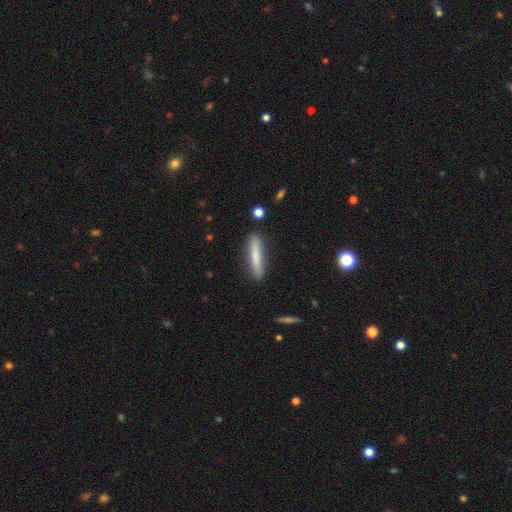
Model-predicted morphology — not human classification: Smooth or featured: smooth — 74% (featured or disk — 20%)
How rounded: cigar-shaped — 90% (in between — 9%)
Merging: none — 86% (minor disturbance — 10%)